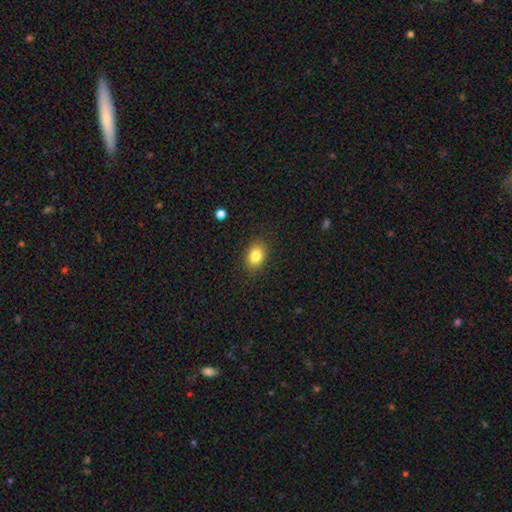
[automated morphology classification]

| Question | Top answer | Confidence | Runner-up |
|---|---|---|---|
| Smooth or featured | smooth | 83% | star or artifact (9%) |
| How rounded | in between | 68% | round (31%) |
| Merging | none | 87% | minor disturbance (9%) |